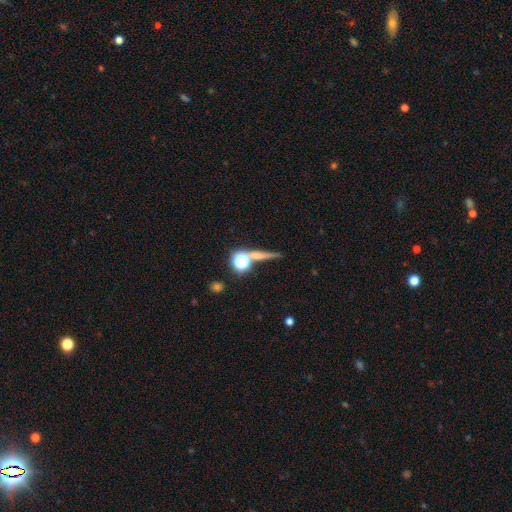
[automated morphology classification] The model was most divided on "smooth or featured": smooth: 47%, featured or disk: 27%, star or artifact: 26%. More confident: merging — none (69%).